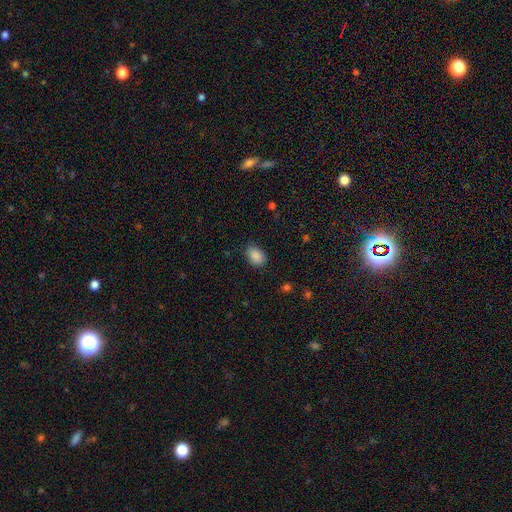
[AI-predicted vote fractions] This is clearly a smooth galaxy (88%). How rounded: likely in between (80%). Merging: clearly none (80%).